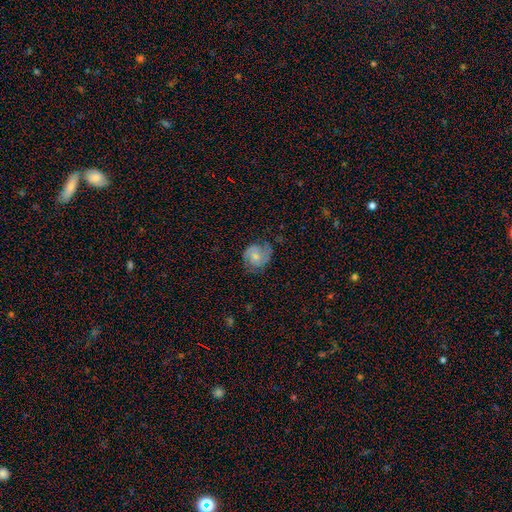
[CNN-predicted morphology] This appears to be a featured or disk galaxy (60%) with no bar (69%), 2 (72%) medium (42%) spiral arms (90%) and a small central bulge (48%). Merging: none (60%).